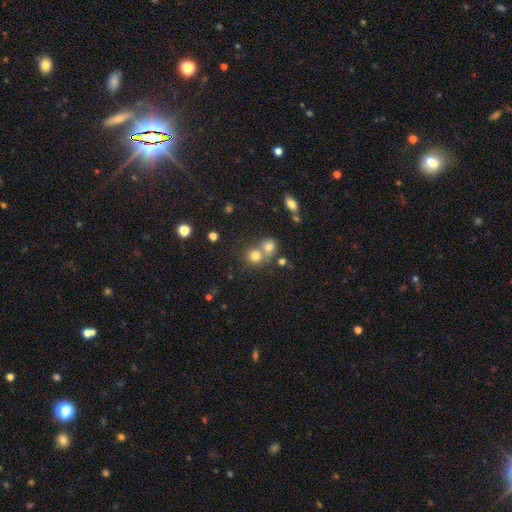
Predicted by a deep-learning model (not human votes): smooth-or-featured: smooth: 75% | star or artifact: 15% | featured or disk: 10%
  how-rounded: round: 83% | in between: 16% | cigar-shaped: 1%
  merging: merger: 48% | none: 43% | minor disturbance: 6% | major disturbance: 3%